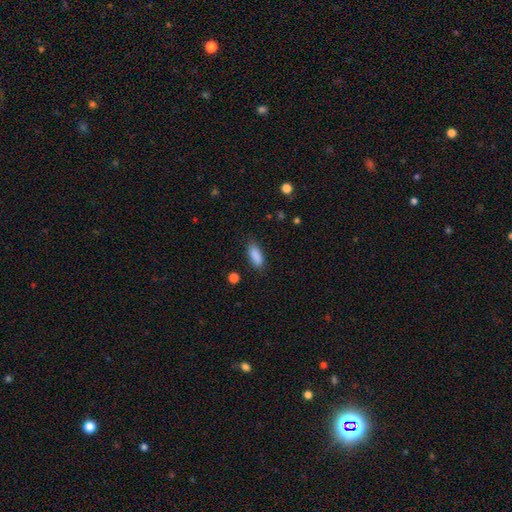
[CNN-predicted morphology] A smooth galaxy with no disk features (88%) that is in between round and cigar-shaped (72%). Merging: none (83%).